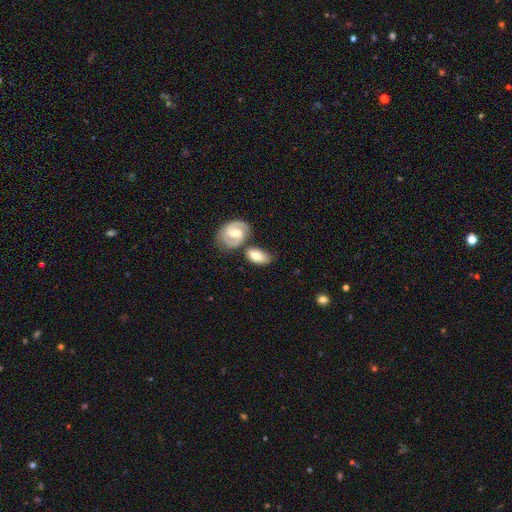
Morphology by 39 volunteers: Smooth or featured?
  - smooth: 59% *
  - featured or disk: 36%
  - star or artifact: 5%
How rounded?
  - in between: 74% *
  - cigar-shaped: 22%
  - round: 4%
Merging?
  - none: 49% *
  - merger: 24%
  - minor disturbance: 19%
  - major disturbance: 8%